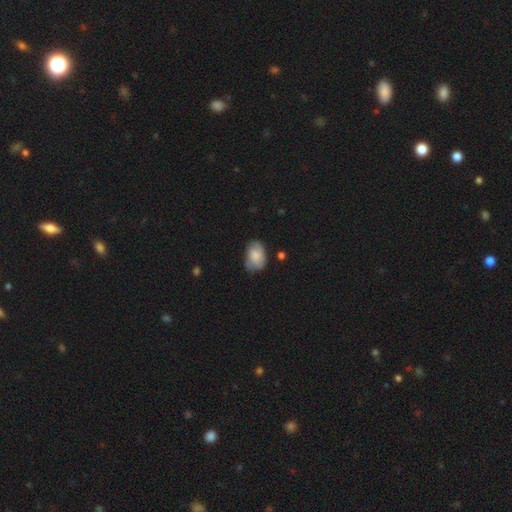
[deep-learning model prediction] Smooth or featured? Predicted: smooth (p=0.65). How rounded? Predicted: in between (p=0.84). Merging? Predicted: none (p=0.61).